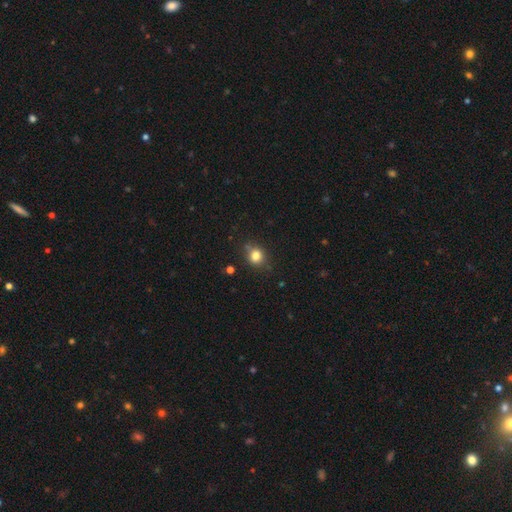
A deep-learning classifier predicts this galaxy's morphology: The model was most divided on "how rounded": round: 75%, in between: 24%, cigar-shaped: 1%. More confident: smooth or featured — smooth (80%); merging — none (76%).